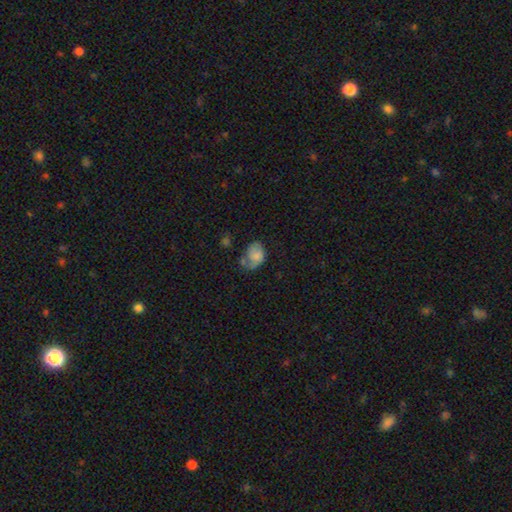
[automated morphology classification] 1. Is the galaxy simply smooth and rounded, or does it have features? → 63% smooth, 27% featured or disk, 9% star or artifact.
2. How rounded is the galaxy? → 75% in between, 23% round, 1% cigar-shaped.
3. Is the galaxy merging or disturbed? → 32% none (tied), 32% minor disturbance (tied), 26% major disturbance, 10% merger.